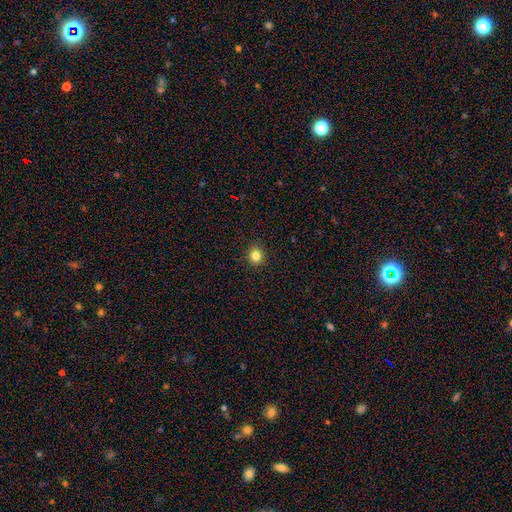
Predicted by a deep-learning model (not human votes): The model was most divided on "how rounded": round: 79%, in between: 20%, cigar-shaped: 1%. More confident: merging — none (91%); smooth or featured — smooth (83%).